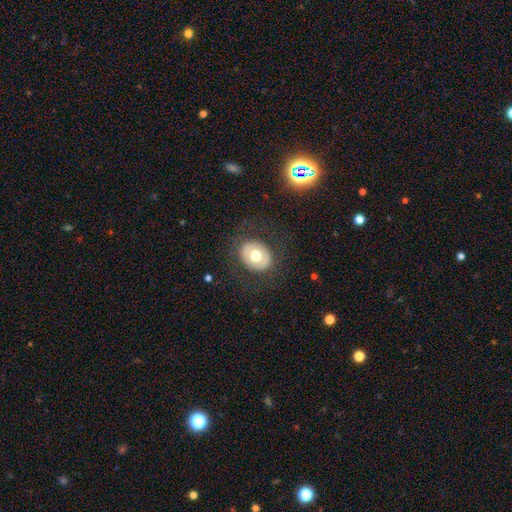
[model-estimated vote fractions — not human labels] Smooth or featured?
  - smooth: 60% *
  - featured or disk: 32%
  - star or artifact: 7%
How rounded?
  - round: 61% *
  - in between: 38%
  - cigar-shaped: 1%
Merging?
  - none: 81% *
  - minor disturbance: 11%
  - major disturbance: 7%
  - merger: 1%